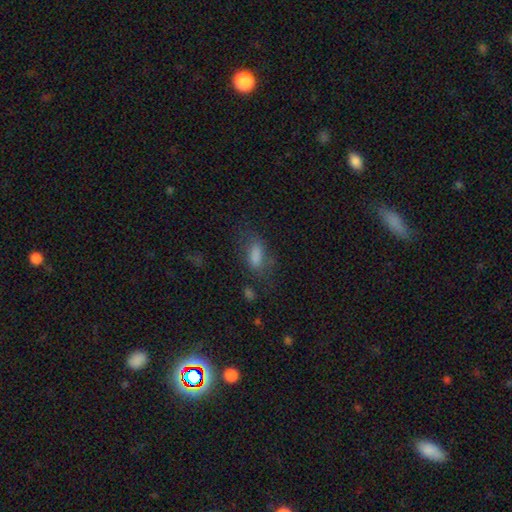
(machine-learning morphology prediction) This is likely a smooth galaxy (74%). How rounded: clearly in between (82%). Merging: possibly none (48%).